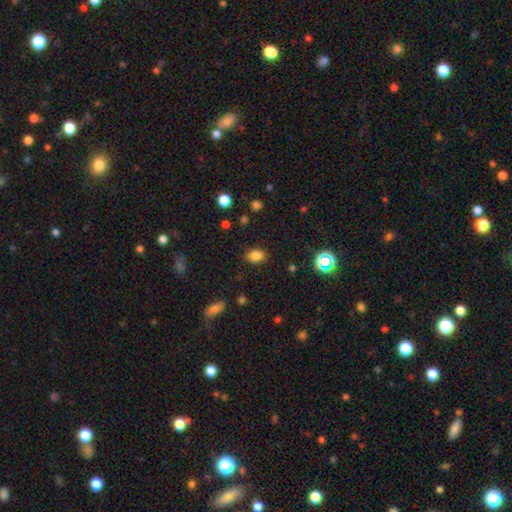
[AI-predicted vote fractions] smooth 81%, star or artifact 13%, featured or disk 5%. Down the decision tree: how rounded — in between (77%); merging — none (84%).